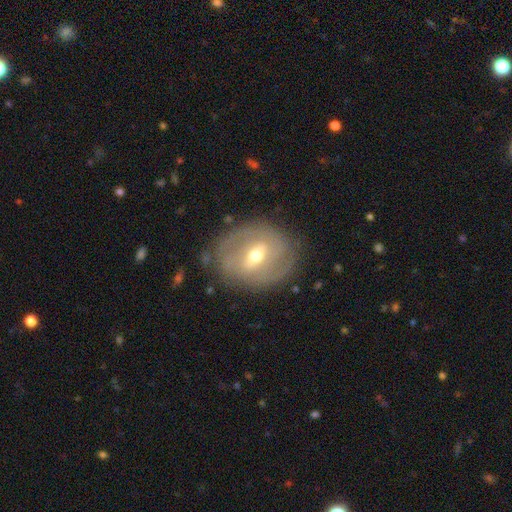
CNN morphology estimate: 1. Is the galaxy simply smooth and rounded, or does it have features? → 74% featured or disk, 20% smooth, 6% star or artifact.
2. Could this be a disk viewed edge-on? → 94% no, 6% yes.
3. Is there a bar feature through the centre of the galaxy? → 50% weak, 33% strong, 17% no.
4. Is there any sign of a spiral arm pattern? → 70% yes, 30% no.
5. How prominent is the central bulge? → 62% moderate, 33% small, 3% large, 1% none, 1% dominant.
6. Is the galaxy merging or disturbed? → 77% none, 15% minor disturbance, 6% major disturbance, 2% merger.